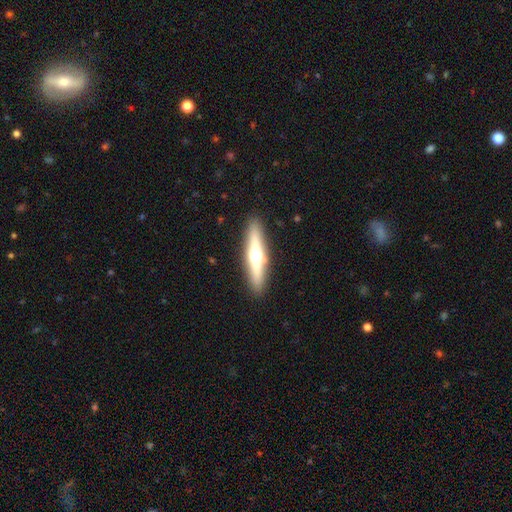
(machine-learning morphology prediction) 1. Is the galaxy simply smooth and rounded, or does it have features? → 58% featured or disk, 36% smooth, 6% star or artifact.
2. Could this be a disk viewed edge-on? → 93% yes, 7% no.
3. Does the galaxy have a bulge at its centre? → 93% rounded, 4% none, 3% boxy.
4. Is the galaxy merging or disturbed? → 89% none, 7% minor disturbance, 2% major disturbance, 2% merger.